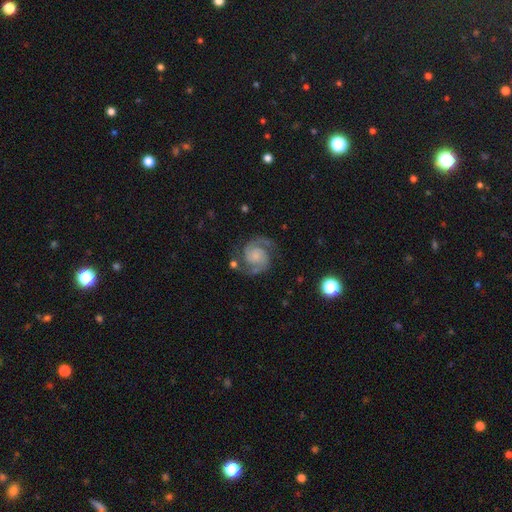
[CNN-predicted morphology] smooth_or_featured: featured or disk (p=0.90) [alt: star or artifact p=0.05]
disk_edge_on: no (p=0.98) [alt: yes p=0.02]
bar: no (p=0.67) [alt: weak p=0.26]
has_spiral_arms: yes (p=0.98) [alt: no p=0.02]
spiral_winding: medium (p=0.54) [alt: tight p=0.35]
spiral_arm_count: 2 (p=0.93) [alt: 3 p=0.02]
bulge_size: small (p=0.48) [alt: none p=0.24]
merging: none (p=0.78) [alt: minor disturbance p=0.13]